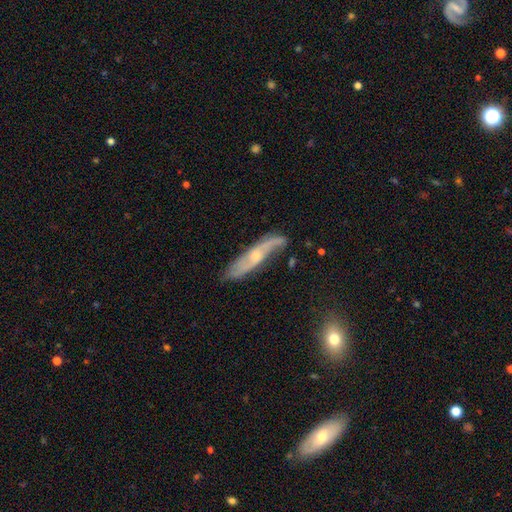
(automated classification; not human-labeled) featured or disk 73%, smooth 20%, star or artifact 6%. Down the decision tree: edge-on disk — no (65%); merging — none (65%).